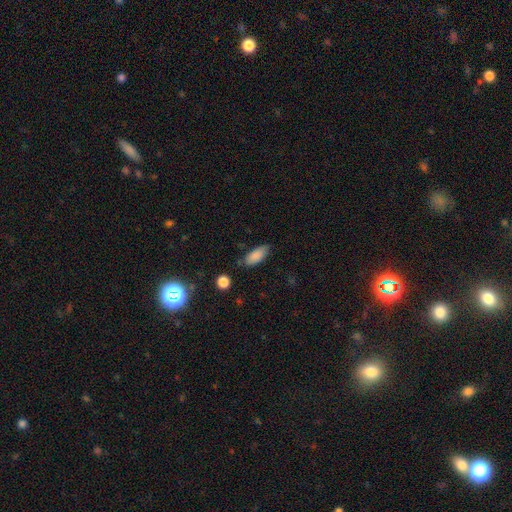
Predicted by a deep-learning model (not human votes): smooth 85%, featured or disk 8%, star or artifact 8%. Down the decision tree: how rounded — in between (84%); merging — none (72%).